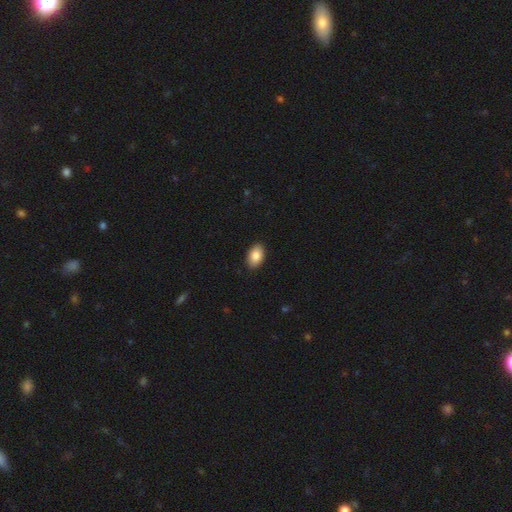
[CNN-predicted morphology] The model was most divided on "smooth or featured": smooth: 87%, star or artifact: 7%, featured or disk: 6%. More confident: how rounded — in between (91%); merging — none (90%).